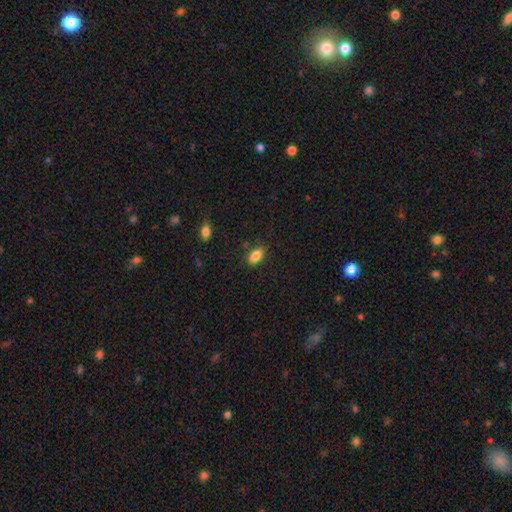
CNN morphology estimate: Overall: smooth (86%). How rounded: in between (90%). Merging: none (81%).